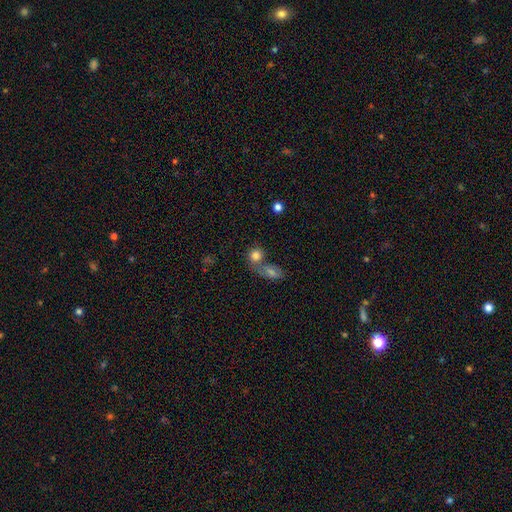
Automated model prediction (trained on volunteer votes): smooth_or_featured: smooth (p=0.81) [alt: featured or disk p=0.10]
how_rounded: round (p=0.74) [alt: in between p=0.24]
merging: merger (p=0.44) [alt: none p=0.42]